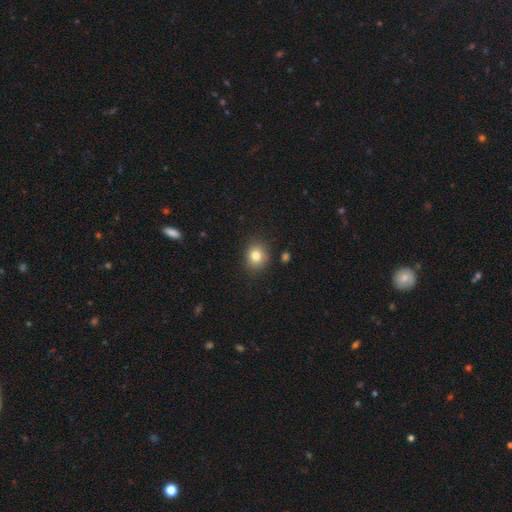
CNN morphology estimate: Q: Smooth or featured?
A: smooth (80%); runner-up: star or artifact (12%)
Q: How rounded?
A: round (72%); runner-up: in between (27%)
Q: Merging?
A: none (86%); runner-up: minor disturbance (9%)